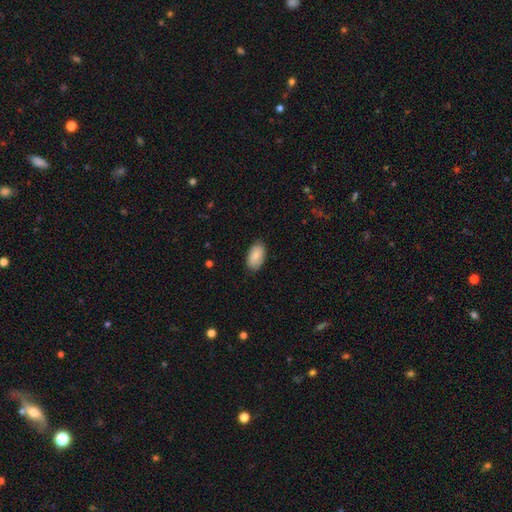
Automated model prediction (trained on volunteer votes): smooth 85%, featured or disk 9%, star or artifact 6%. Down the decision tree: how rounded — in between (95%); merging — none (83%).